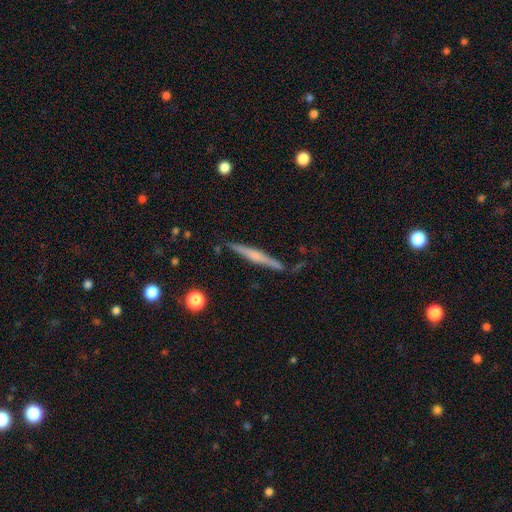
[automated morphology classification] Smooth or featured: featured or disk — 59% (smooth — 34%)
Edge-on disk: yes — 97% (no — 3%)
Edge-on bulge: rounded — 46% (none — 37%)
Merging: none — 84% (minor disturbance — 11%)